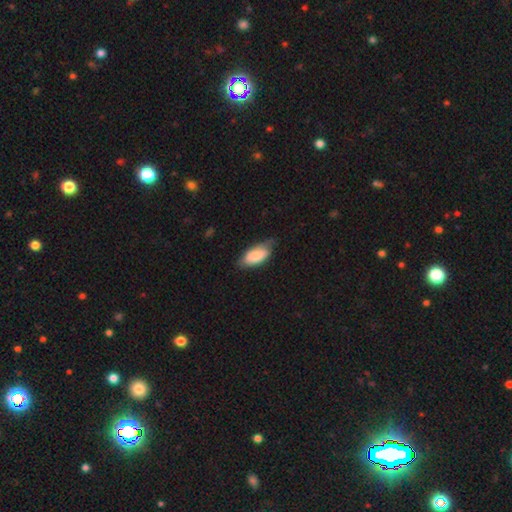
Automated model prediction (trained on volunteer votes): Q: Smooth or featured?
A: smooth (81%); runner-up: featured or disk (13%)
Q: How rounded?
A: in between (90%); runner-up: cigar-shaped (8%)
Q: Merging?
A: none (51%); runner-up: minor disturbance (38%)